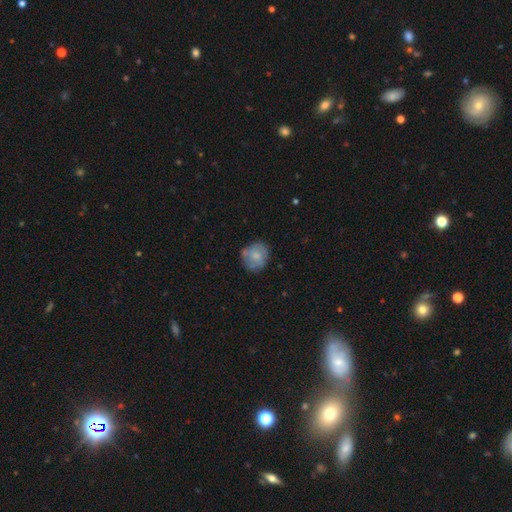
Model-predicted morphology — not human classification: A smooth galaxy with no disk features (65%) that is round (77%). Merging: none (68%).